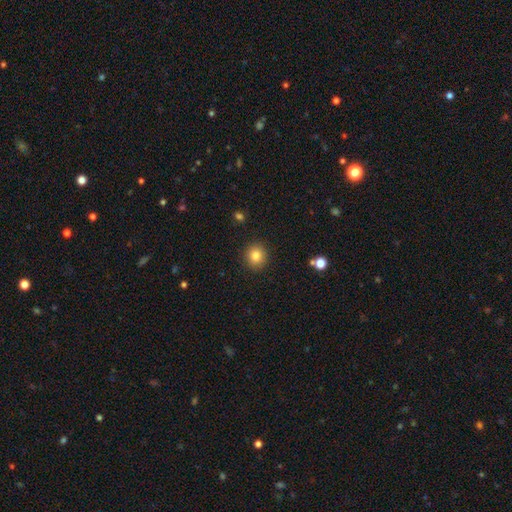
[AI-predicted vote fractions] smooth 84%, star or artifact 10%, featured or disk 6%. Down the decision tree: how rounded — round (86%); merging — none (91%).